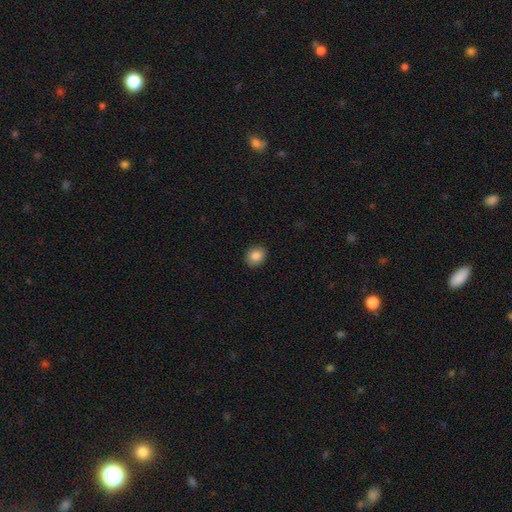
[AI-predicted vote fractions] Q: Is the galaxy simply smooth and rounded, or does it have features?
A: smooth — 86%.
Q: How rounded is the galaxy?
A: round — 57%.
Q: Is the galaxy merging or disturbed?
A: none — 90%.